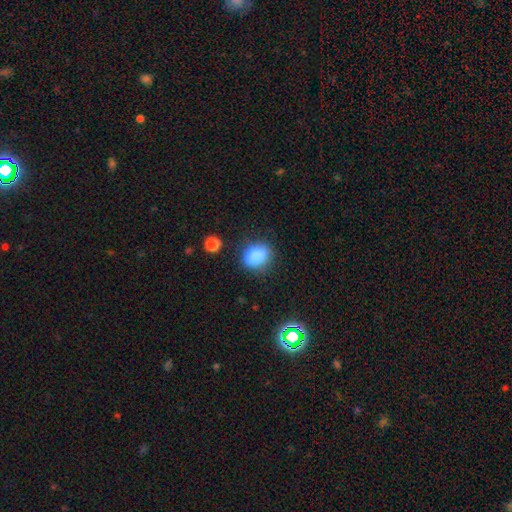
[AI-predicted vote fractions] smooth-or-featured: smooth: 84% | star or artifact: 10% | featured or disk: 6%
  how-rounded: in between: 59% | round: 39% | cigar-shaped: 1%
  merging: none: 72% | minor disturbance: 19% | major disturbance: 6% | merger: 3%